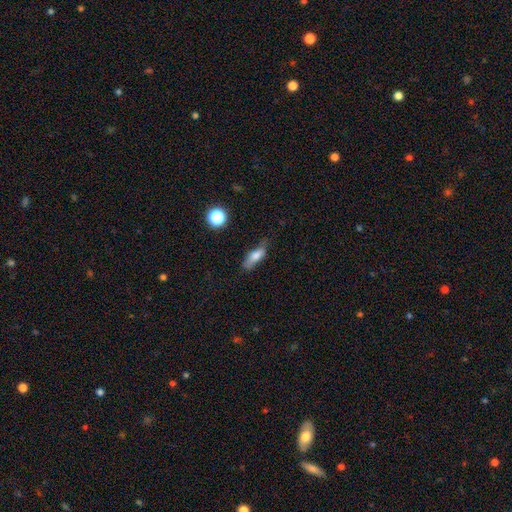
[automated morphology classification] smooth-or-featured: smooth: 70% | featured or disk: 21% | star or artifact: 9%
  how-rounded: in between: 58% | cigar-shaped: 38% | round: 4%
  merging: none: 57% | minor disturbance: 30% | major disturbance: 10% | merger: 3%